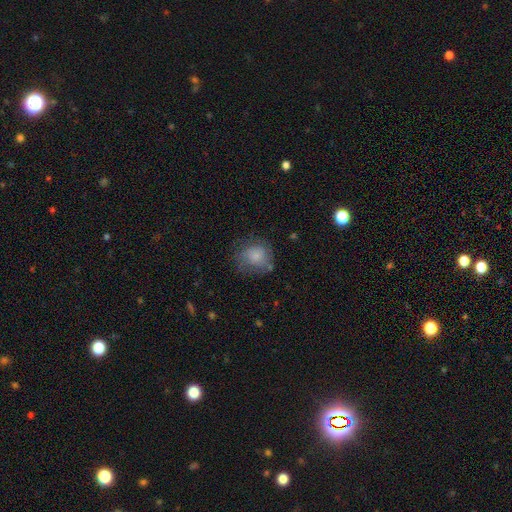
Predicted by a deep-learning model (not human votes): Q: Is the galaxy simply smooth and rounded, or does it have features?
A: smooth — 71%.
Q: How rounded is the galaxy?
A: round — 77%.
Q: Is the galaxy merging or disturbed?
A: none — 57%.